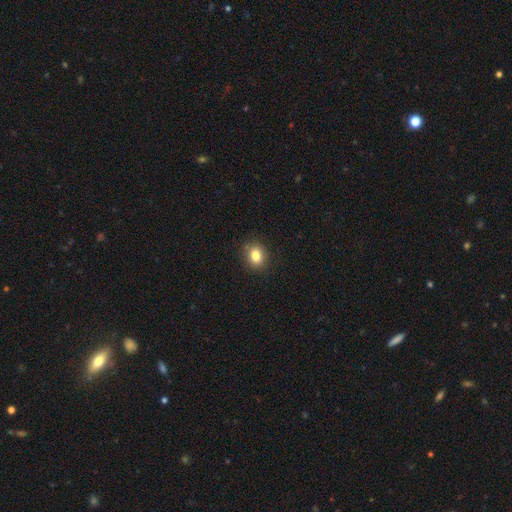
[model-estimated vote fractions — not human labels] Smooth or featured: smooth — 83% (star or artifact — 10%)
How rounded: round — 54% (in between — 45%)
Merging: none — 88% (minor disturbance — 9%)